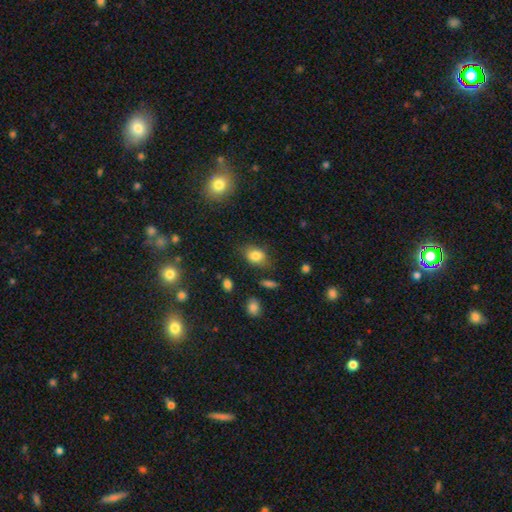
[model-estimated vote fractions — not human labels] smooth_or_featured: smooth (p=0.80) [alt: star or artifact p=0.10]
how_rounded: in between (p=0.73) [alt: round p=0.26]
merging: none (p=0.73) [alt: minor disturbance p=0.19]